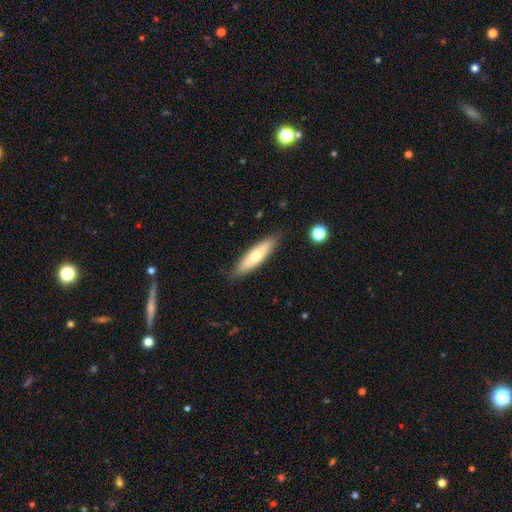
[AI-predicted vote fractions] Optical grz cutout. It shows a smooth galaxy with no disk features (61%) that is cigar-shaped (69%). Merging: none (84%).